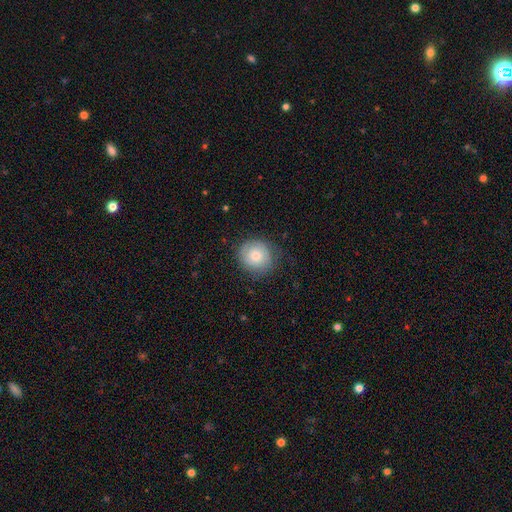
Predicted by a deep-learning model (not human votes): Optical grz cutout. It shows a smooth galaxy with no disk features (67%) that is round (86%). Merging: none (75%).